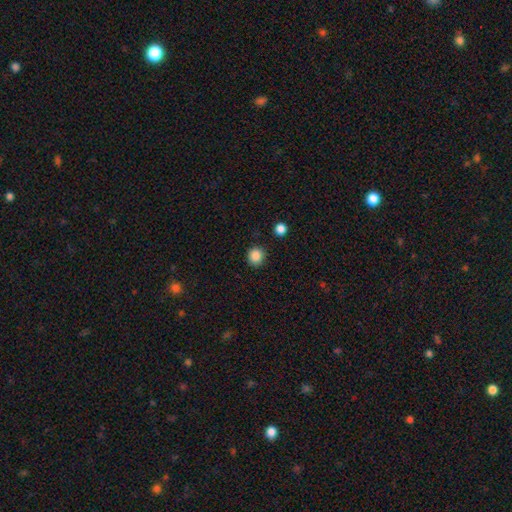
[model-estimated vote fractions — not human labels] smooth 87%, star or artifact 10%, featured or disk 3%. Down the decision tree: how rounded — round (90%); merging — none (89%).